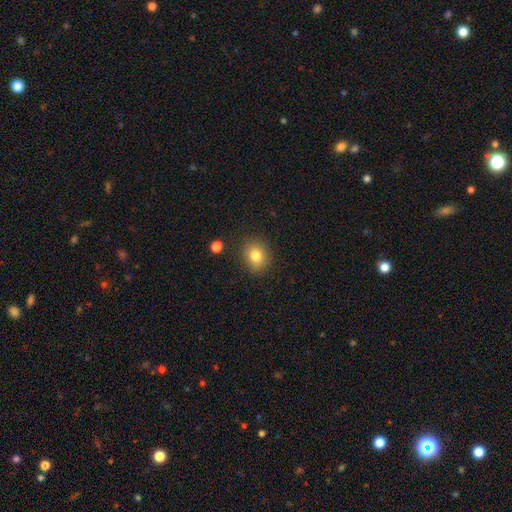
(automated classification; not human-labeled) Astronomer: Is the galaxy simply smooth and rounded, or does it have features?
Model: smooth — 80%.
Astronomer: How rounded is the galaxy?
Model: round — 64%.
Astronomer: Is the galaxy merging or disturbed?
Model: none — 86%.